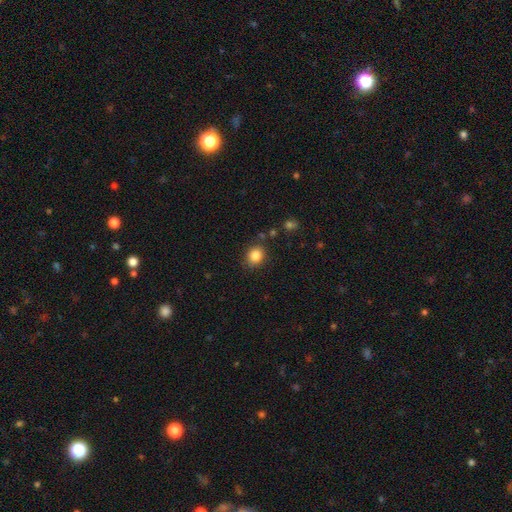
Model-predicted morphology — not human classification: Smooth or featured: smooth — 85% (star or artifact — 10%)
How rounded: round — 64% (in between — 35%)
Merging: none — 83% (minor disturbance — 11%)